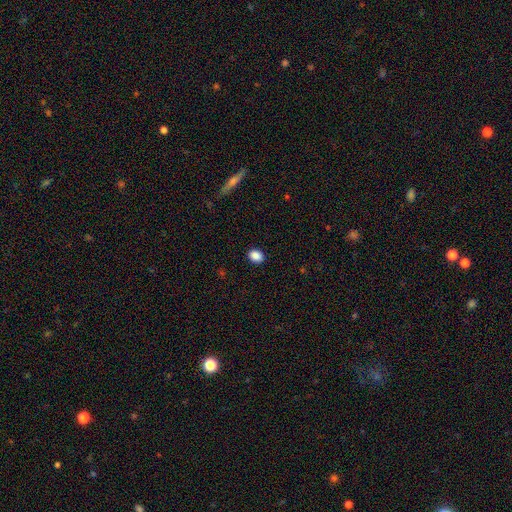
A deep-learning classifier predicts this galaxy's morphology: smooth 89%, star or artifact 8%, featured or disk 3%. Down the decision tree: how rounded — in between (63%); merging — none (90%).